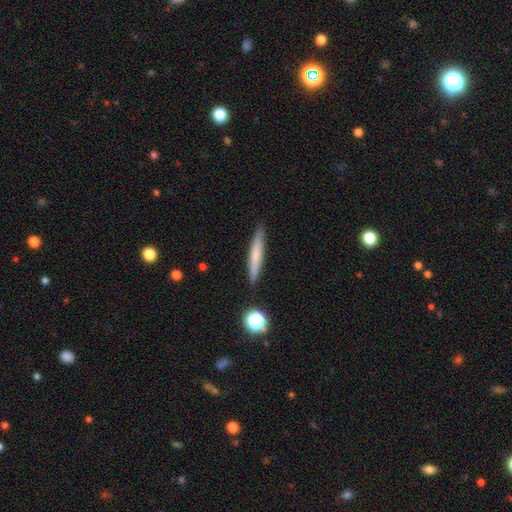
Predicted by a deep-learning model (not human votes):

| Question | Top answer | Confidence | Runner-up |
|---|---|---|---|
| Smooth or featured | smooth | 64% | featured or disk (29%) |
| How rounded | cigar-shaped | 93% | in between (5%) |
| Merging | none | 89% | minor disturbance (8%) |